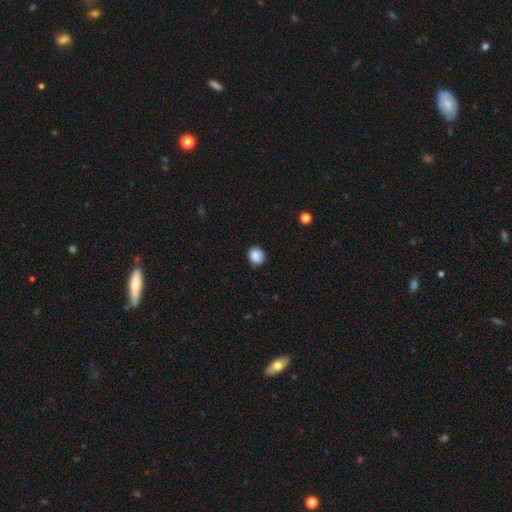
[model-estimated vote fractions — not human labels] Smooth or featured: smooth — 87% (star or artifact — 9%)
How rounded: round — 80% (in between — 20%)
Merging: none — 86% (minor disturbance — 11%)